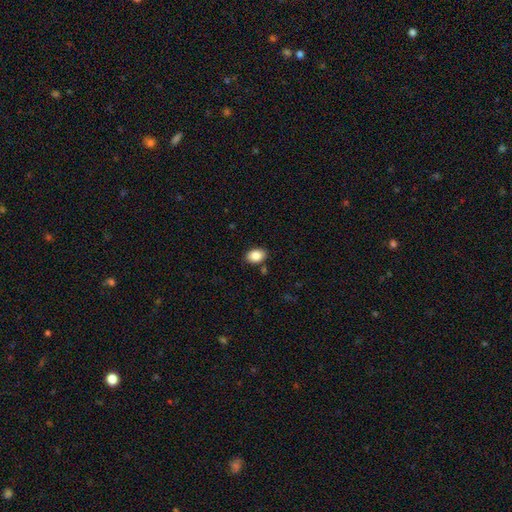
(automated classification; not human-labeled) A smooth galaxy with no disk features (87%) that is in between round and cigar-shaped (80%). Merging: none (83%).